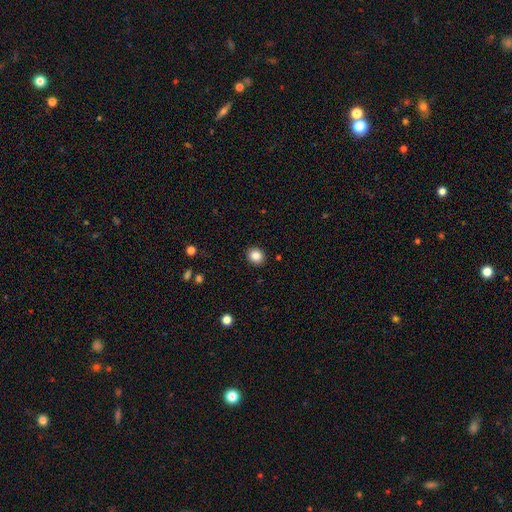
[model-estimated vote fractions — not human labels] Smooth or featured: smooth — 86% (star or artifact — 10%)
How rounded: round — 77% (in between — 22%)
Merging: none — 92% (minor disturbance — 6%)